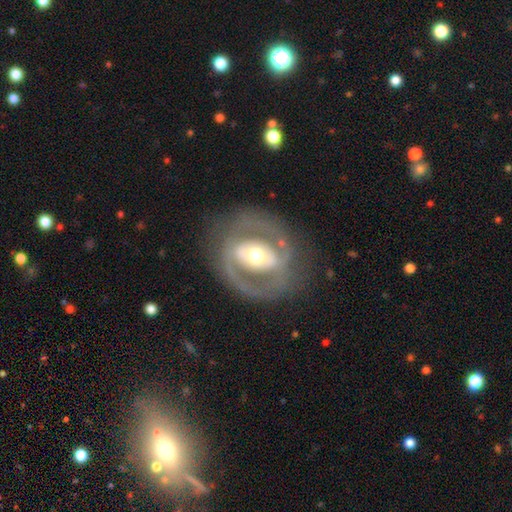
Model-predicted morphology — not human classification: Smooth or featured: featured or disk — 75% (smooth — 19%)
Edge-on disk: no — 95% (yes — 5%)
Bar: no — 42% (strong — 30%)
Spiral arms: no — 51% (yes — 49%)
Bulge size: moderate — 66% (large — 20%)
Merging: none — 72% (minor disturbance — 14%)